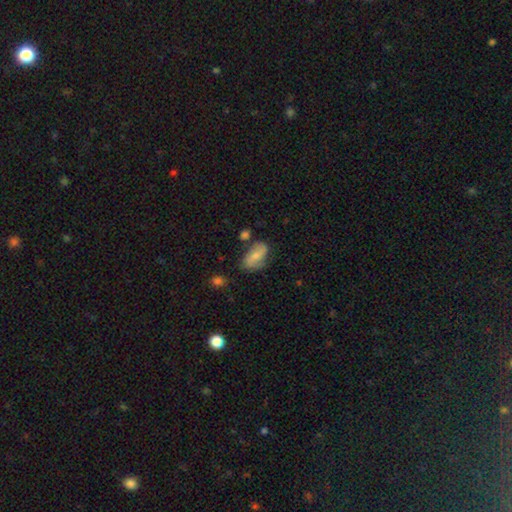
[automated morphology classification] Smooth or featured?
  - smooth: 48% *
  - featured or disk: 45%
  - star or artifact: 7%
Merging?
  - none: 63% *
  - minor disturbance: 24%
  - major disturbance: 7%
  - merger: 6%